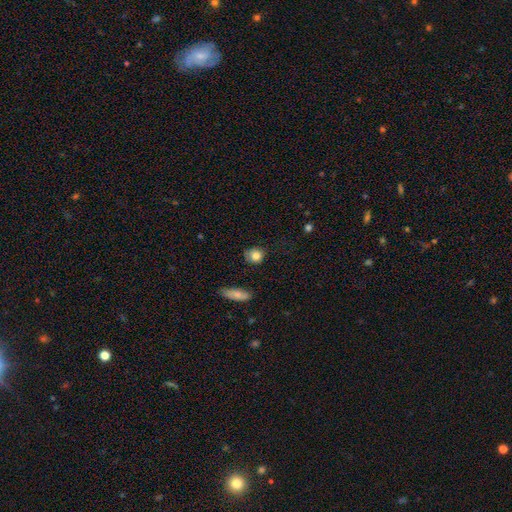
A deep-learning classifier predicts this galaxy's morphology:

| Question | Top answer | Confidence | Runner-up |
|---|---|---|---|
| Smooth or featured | smooth | 82% | featured or disk (9%) |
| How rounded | round | 74% | in between (24%) |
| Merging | none | 69% | minor disturbance (23%) |